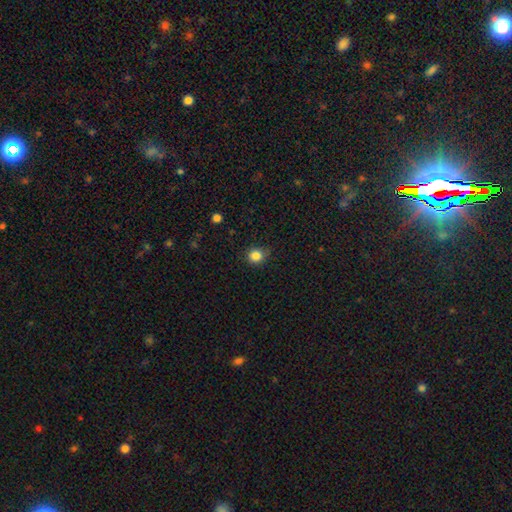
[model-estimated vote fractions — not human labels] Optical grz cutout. It shows a smooth galaxy with no disk features (84%) that is round (86%). Merging: none (81%).